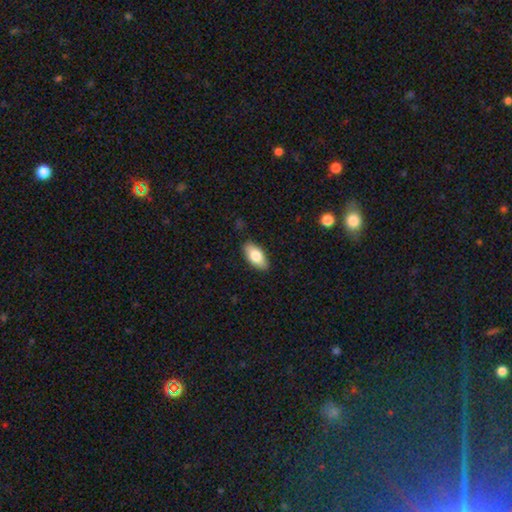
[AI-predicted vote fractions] Smooth or featured? Predicted: smooth (p=0.80). How rounded? Predicted: in between (p=0.90). Merging? Predicted: none (p=0.87).